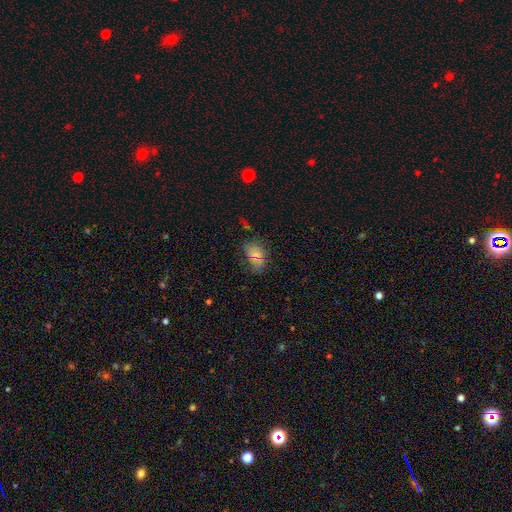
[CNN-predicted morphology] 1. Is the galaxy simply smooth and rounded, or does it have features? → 66% smooth, 23% star or artifact, 11% featured or disk.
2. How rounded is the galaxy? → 78% in between, 20% round, 2% cigar-shaped.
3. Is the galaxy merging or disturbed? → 71% none, 19% minor disturbance, 6% major disturbance, 3% merger.